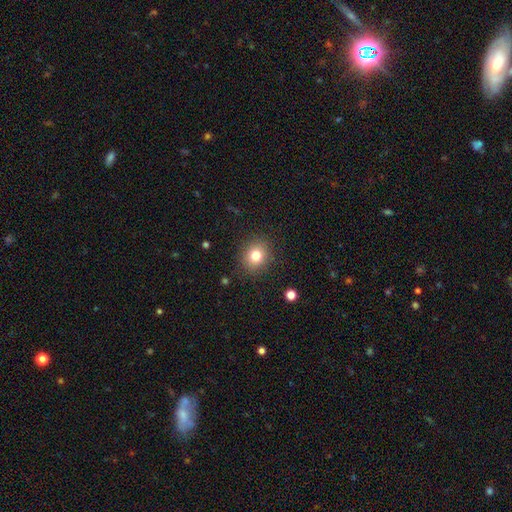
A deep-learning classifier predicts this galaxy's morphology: A smooth galaxy with no disk features (79%) that is round (76%). Merging: none (88%).